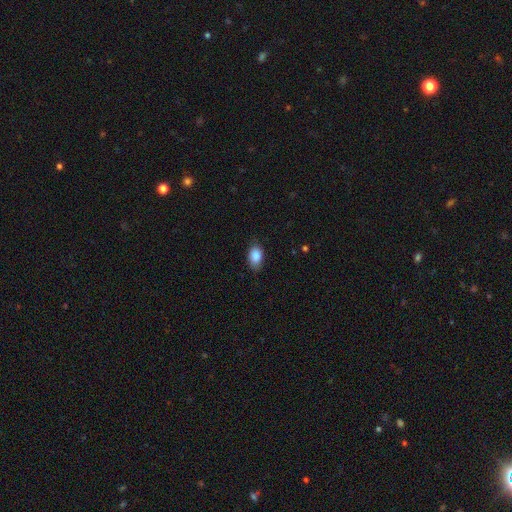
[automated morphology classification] smooth_or_featured: smooth (p=0.88) [alt: star or artifact p=0.07]
how_rounded: in between (p=0.89) [alt: round p=0.10]
merging: none (p=0.78) [alt: minor disturbance p=0.18]